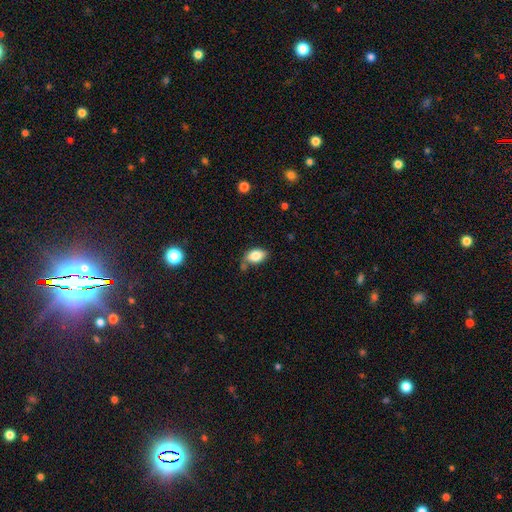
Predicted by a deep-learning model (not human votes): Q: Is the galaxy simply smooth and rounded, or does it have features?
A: smooth — 83%.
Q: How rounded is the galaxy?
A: in between — 90%.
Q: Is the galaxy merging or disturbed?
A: none — 65%.